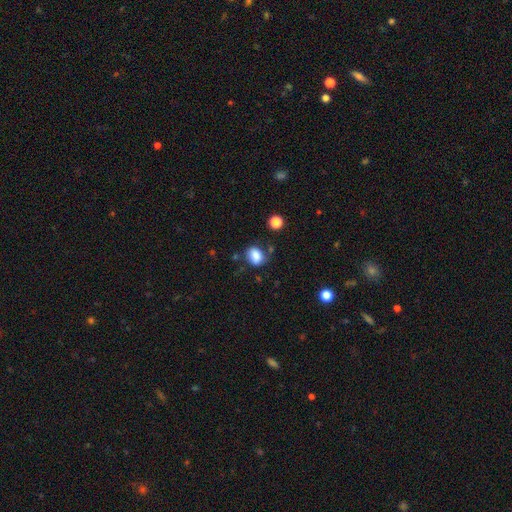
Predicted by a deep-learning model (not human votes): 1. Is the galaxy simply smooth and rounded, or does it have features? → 83% smooth, 10% star or artifact, 7% featured or disk.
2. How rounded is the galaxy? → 56% in between, 43% round, 1% cigar-shaped.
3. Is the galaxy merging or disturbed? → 69% none, 19% minor disturbance, 6% merger, 6% major disturbance.